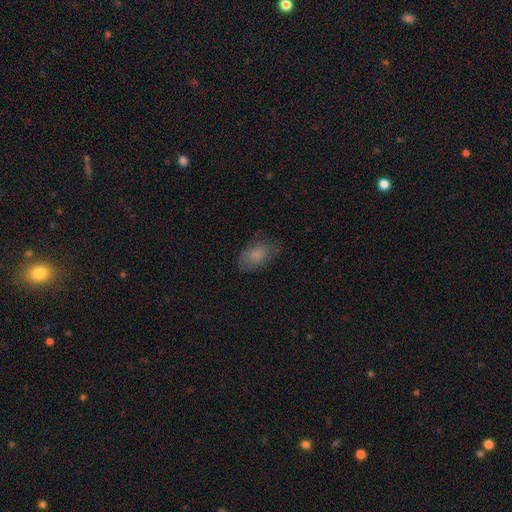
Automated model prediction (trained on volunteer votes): Smooth or featured?
  - smooth: 77% *
  - featured or disk: 13%
  - star or artifact: 9%
How rounded?
  - in between: 90% *
  - round: 8%
  - cigar-shaped: 2%
Merging?
  - none: 67% *
  - minor disturbance: 23%
  - major disturbance: 9%
  - merger: 1%